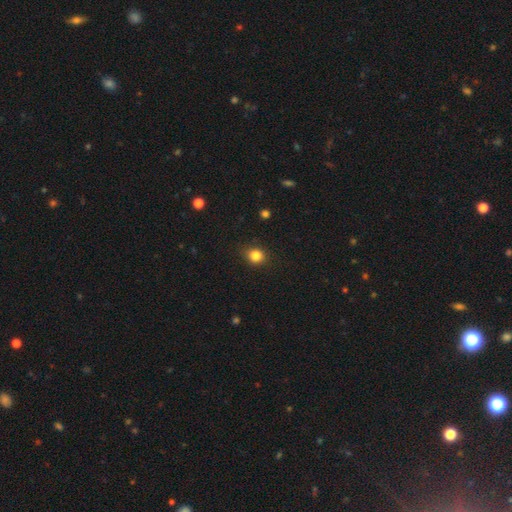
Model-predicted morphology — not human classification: type=smooth (84%); roundness=round (76%); merging=none (85%).